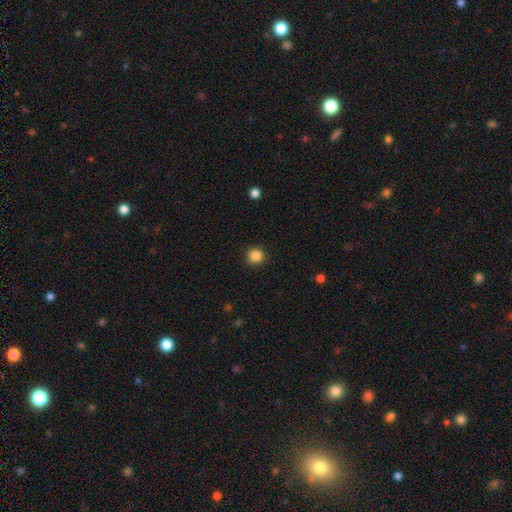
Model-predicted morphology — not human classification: Q: Smooth or featured?
A: smooth (86%); runner-up: star or artifact (11%)
Q: How rounded?
A: round (92%); runner-up: in between (7%)
Q: Merging?
A: none (89%); runner-up: minor disturbance (7%)